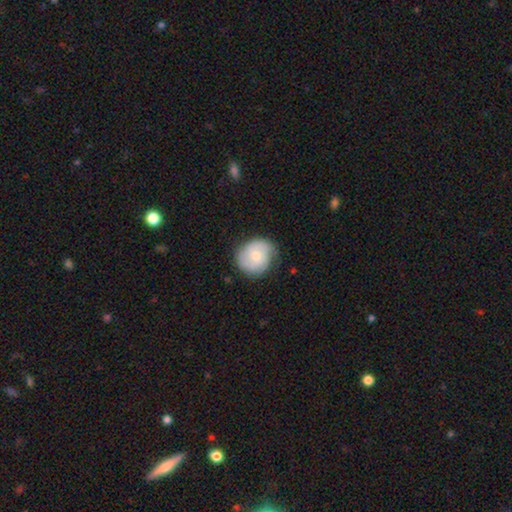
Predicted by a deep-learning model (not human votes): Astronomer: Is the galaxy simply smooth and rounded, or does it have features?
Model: featured or disk — 48% (runner-up: smooth, 45%).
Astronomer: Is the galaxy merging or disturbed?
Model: none — 74%.